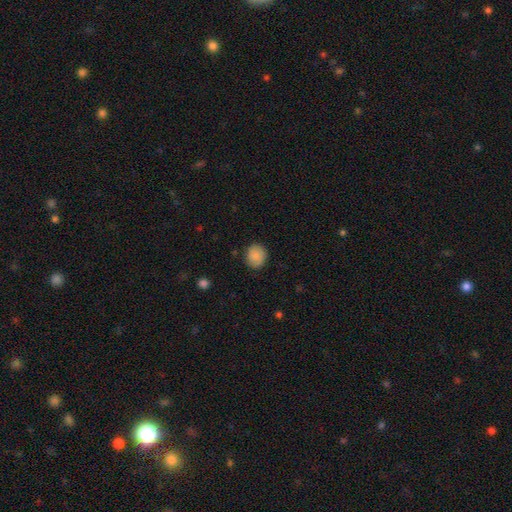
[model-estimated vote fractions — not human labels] smooth-or-featured: smooth: 87% | star or artifact: 8% | featured or disk: 6%
  how-rounded: round: 80% | in between: 19% | cigar-shaped: 1%
  merging: none: 86% | minor disturbance: 10% | major disturbance: 3% | merger: 1%